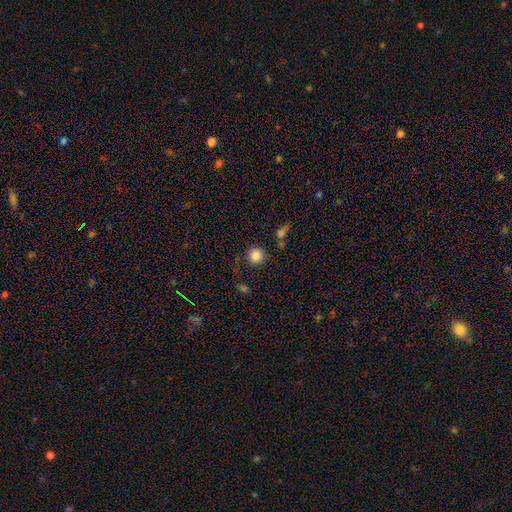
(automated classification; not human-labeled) smooth_or_featured: smooth (p=0.84) [alt: star or artifact p=0.10]
how_rounded: round (p=0.94) [alt: in between p=0.05]
merging: none (p=0.83) [alt: minor disturbance p=0.09]